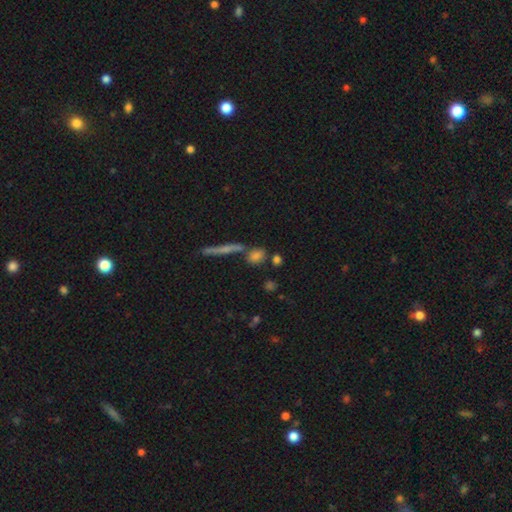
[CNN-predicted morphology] The model was most divided on "how rounded": round: 47%, in between: 33%, cigar-shaped: 20%. More confident: smooth or featured — smooth (68%); merging — none (65%).